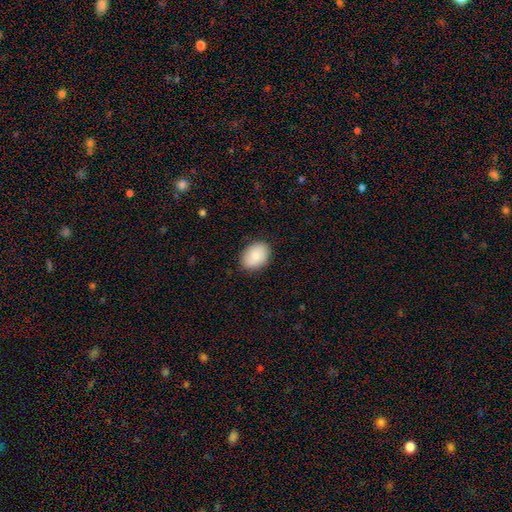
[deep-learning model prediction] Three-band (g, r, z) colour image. It shows a smooth galaxy with no disk features (84%) that is in between round and cigar-shaped (73%). Merging: none (86%).